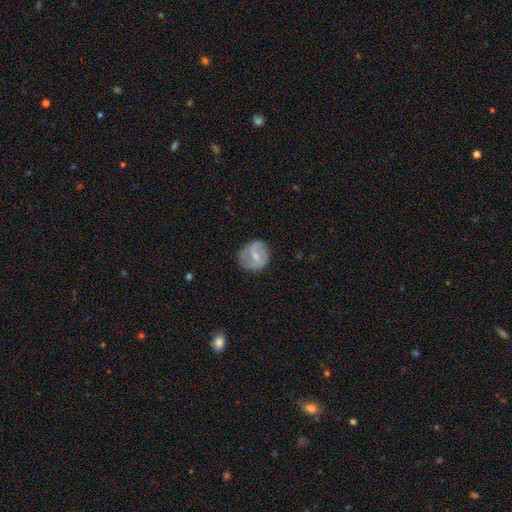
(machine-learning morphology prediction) This is possibly a featured or disk galaxy (53%). It is clearly not viewed edge-on (96%). Bar: possibly weak (50%). Spiral arm pattern: likely yes (62%). Central bulge: possibly small (56%). Merging: likely none (72%).